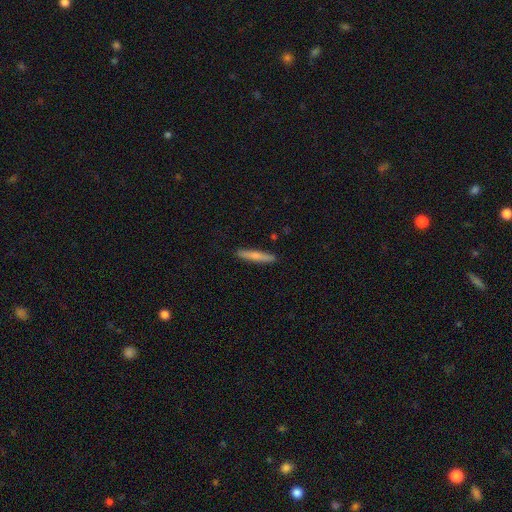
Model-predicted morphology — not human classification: smooth_or_featured: smooth (p=0.71) [alt: featured or disk p=0.24]
how_rounded: cigar-shaped (p=0.93) [alt: in between p=0.05]
merging: none (p=0.90) [alt: minor disturbance p=0.08]